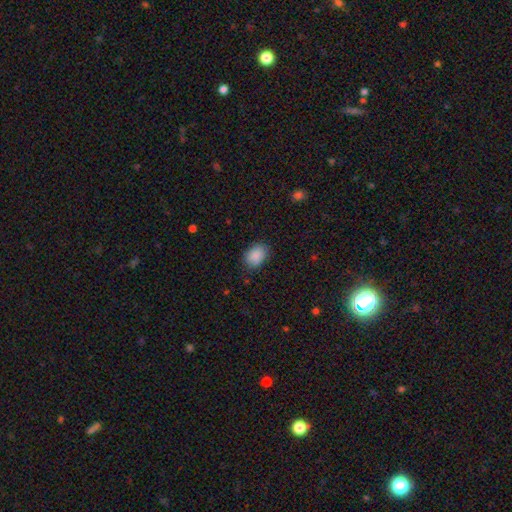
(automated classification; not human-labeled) Overall: smooth (88%). How rounded: in between (75%). Merging: none (81%).